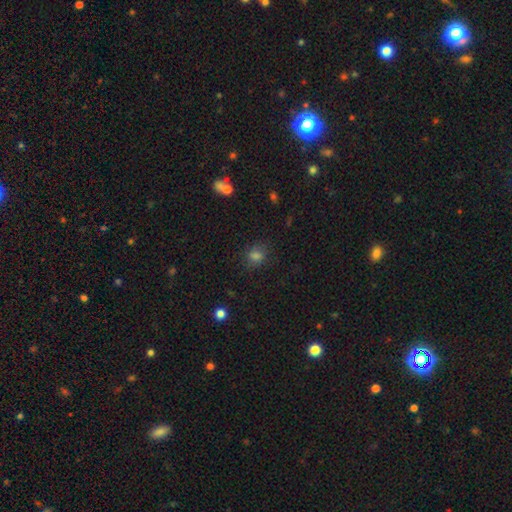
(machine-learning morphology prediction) Smooth or featured: smooth — 73% (star or artifact — 20%)
How rounded: round — 60% (in between — 39%)
Merging: none — 77% (minor disturbance — 14%)